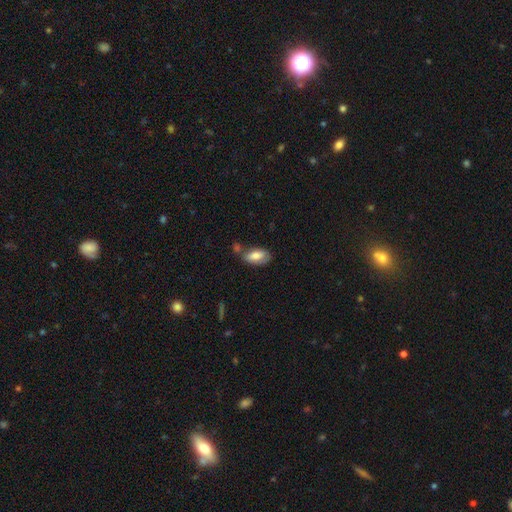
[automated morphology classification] Q: Smooth or featured?
A: smooth (75%); runner-up: featured or disk (18%)
Q: How rounded?
A: in between (90%); runner-up: cigar-shaped (7%)
Q: Merging?
A: none (56%); runner-up: minor disturbance (22%)